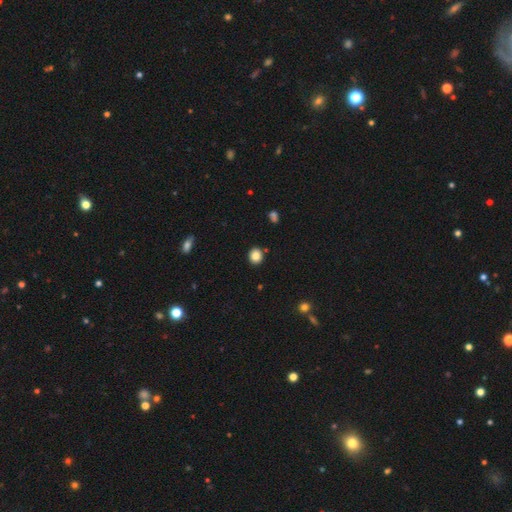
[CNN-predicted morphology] Smooth or featured?
  - smooth: 85% *
  - star or artifact: 10%
  - featured or disk: 5%
How rounded?
  - round: 77% *
  - in between: 22%
  - cigar-shaped: 1%
Merging?
  - none: 88% *
  - minor disturbance: 8%
  - merger: 3%
  - major disturbance: 2%